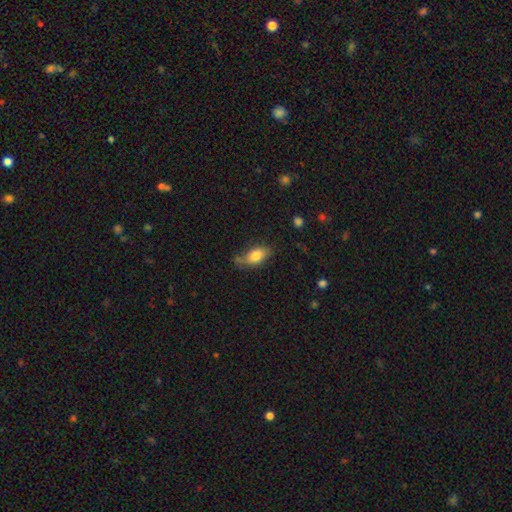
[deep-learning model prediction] Overall: smooth (76%). How rounded: in between (87%). Merging: none (59%; minor disturbance 28%).